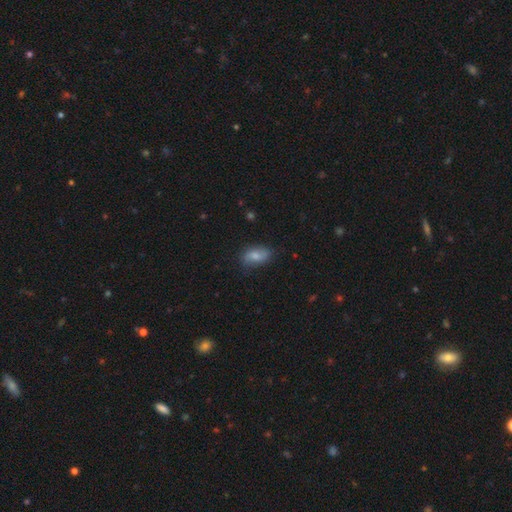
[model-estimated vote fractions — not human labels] The model was most divided on "merging": none: 71%, minor disturbance: 22%, major disturbance: 5%, merger: 2%. More confident: how rounded — in between (89%); smooth or featured — smooth (72%).